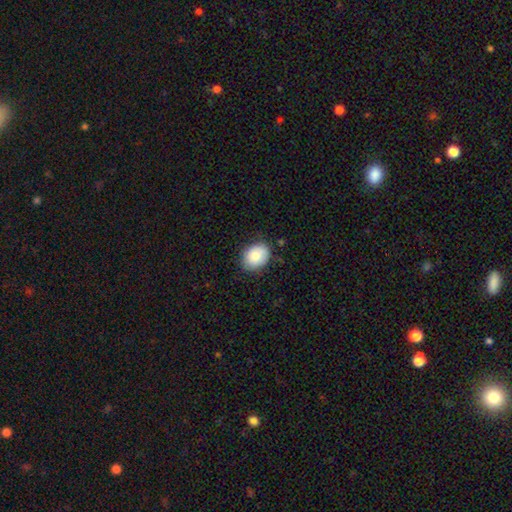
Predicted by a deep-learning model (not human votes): A smooth galaxy with no disk features (85%) that is in between round and cigar-shaped (63%). Merging: none (79%).